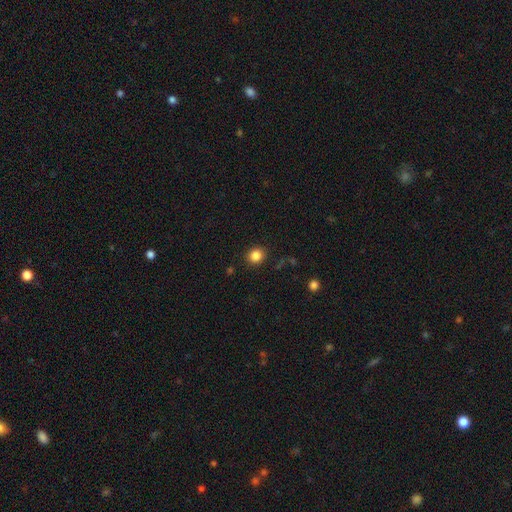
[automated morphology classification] A smooth galaxy with no disk features (84%) that is round (80%). Merging: none (89%).